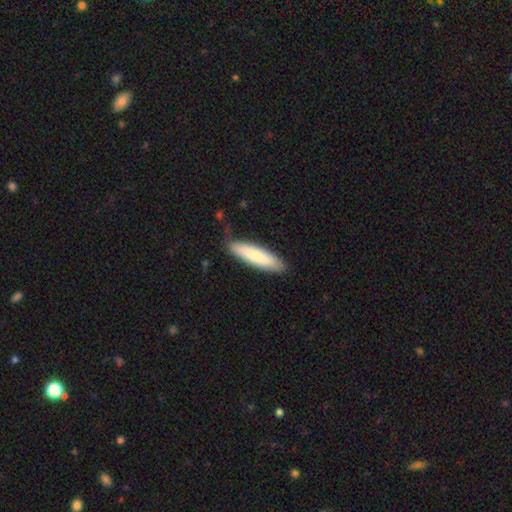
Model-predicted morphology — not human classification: Smooth or featured? Predicted: smooth (p=0.81). How rounded? Predicted: cigar-shaped (p=0.71). Merging? Predicted: none (p=0.79).